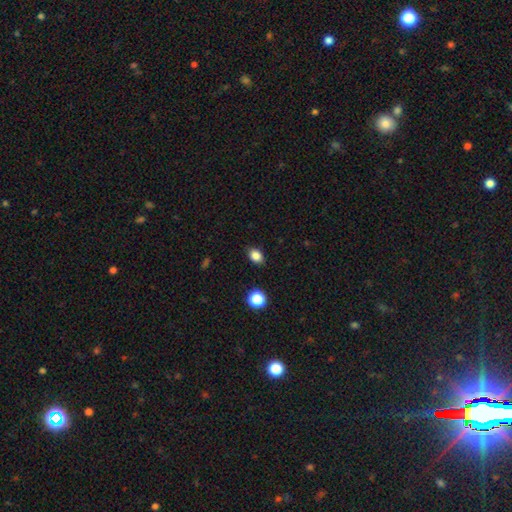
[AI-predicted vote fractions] Smooth or featured: smooth — 84% (star or artifact — 11%)
How rounded: in between — 71% (round — 28%)
Merging: none — 87% (minor disturbance — 9%)